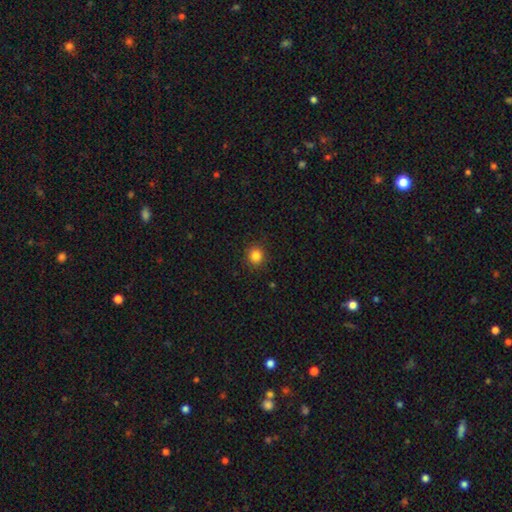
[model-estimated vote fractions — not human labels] A smooth galaxy with no disk features (84%) that is round (90%).

Vote fractions:
- Smooth or featured? smooth: 84% / star or artifact: 12% / featured or disk: 4%
- How rounded? round: 90% / in between: 9% / cigar-shaped: 1%
- Merging? none: 91% / minor disturbance: 6% / major disturbance: 2% / merger: 1%